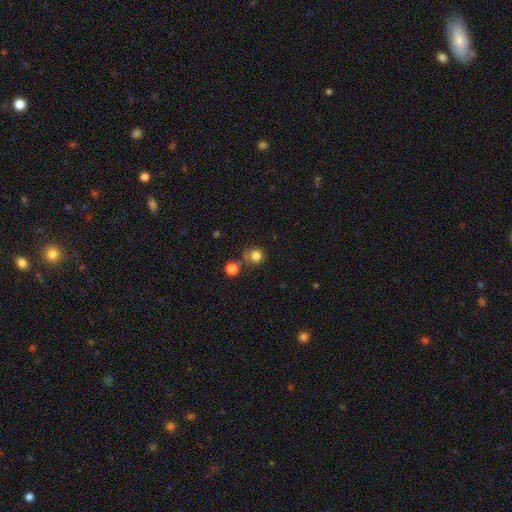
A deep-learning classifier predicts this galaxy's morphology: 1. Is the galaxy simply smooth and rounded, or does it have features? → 81% smooth, 13% star or artifact, 6% featured or disk.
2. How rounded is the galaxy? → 90% round, 9% in between, 1% cigar-shaped.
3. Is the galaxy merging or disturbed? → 66% none, 14% minor disturbance, 14% merger, 6% major disturbance.